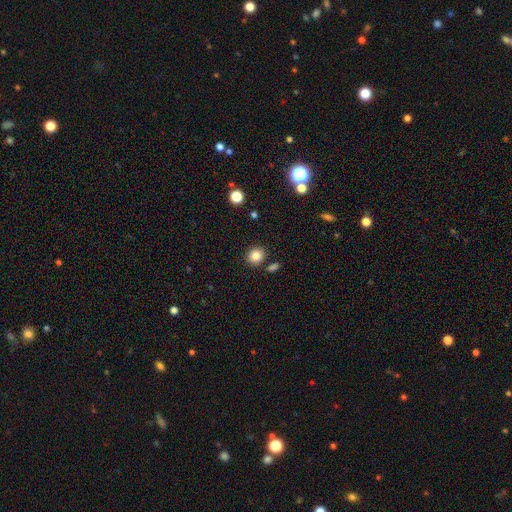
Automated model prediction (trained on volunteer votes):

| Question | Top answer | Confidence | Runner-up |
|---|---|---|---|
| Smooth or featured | smooth | 84% | star or artifact (11%) |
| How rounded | round | 81% | in between (18%) |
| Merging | none | 83% | minor disturbance (8%) |